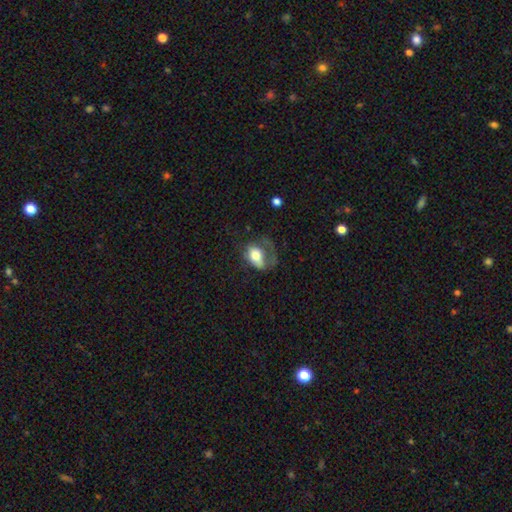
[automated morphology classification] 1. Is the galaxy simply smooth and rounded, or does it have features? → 59% smooth, 33% featured or disk, 8% star or artifact.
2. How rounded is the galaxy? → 76% in between, 22% round, 2% cigar-shaped.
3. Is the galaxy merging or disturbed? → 50% major disturbance, 25% none, 22% minor disturbance, 3% merger.